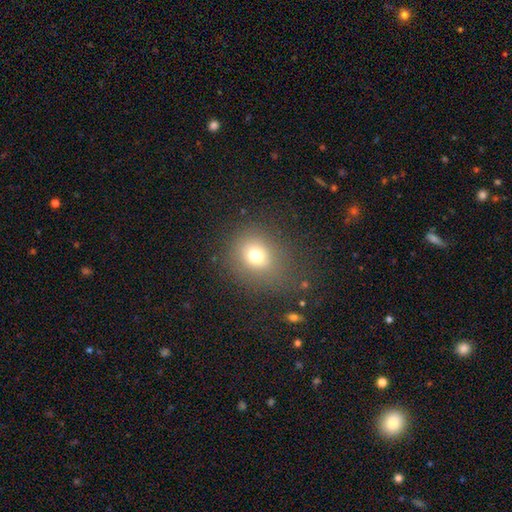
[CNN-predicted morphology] This appears to be a smooth galaxy with no disk features (72%) that is round (70%). Merging: none (68%).